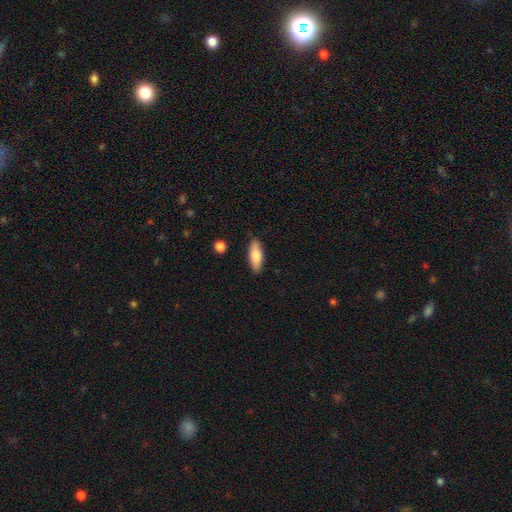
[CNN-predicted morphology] Smooth or featured? Predicted: smooth (p=0.80). How rounded? Predicted: in between (p=0.69). Merging? Predicted: none (p=0.86).